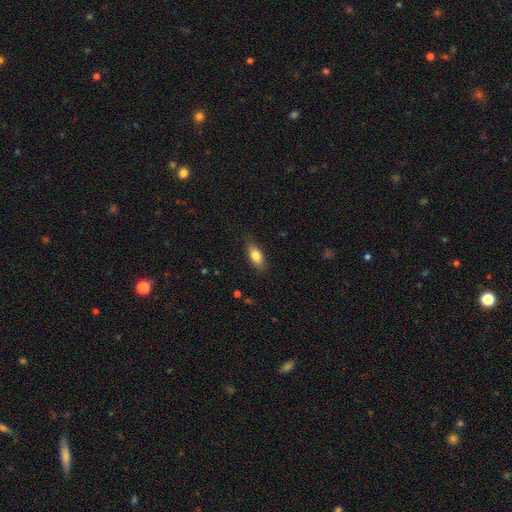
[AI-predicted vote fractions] The model was most divided on "how rounded": in between: 81%, cigar-shaped: 16%, round: 3%. More confident: merging — none (83%); smooth or featured — smooth (81%).